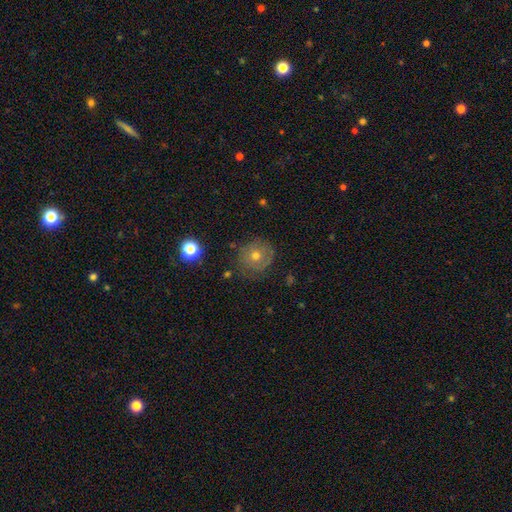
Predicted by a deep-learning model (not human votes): smooth-or-featured: smooth: 53% | featured or disk: 32% | star or artifact: 14%
  how-rounded: round: 88% | in between: 11% | cigar-shaped: 1%
  merging: none: 75% | minor disturbance: 17% | major disturbance: 6% | merger: 2%